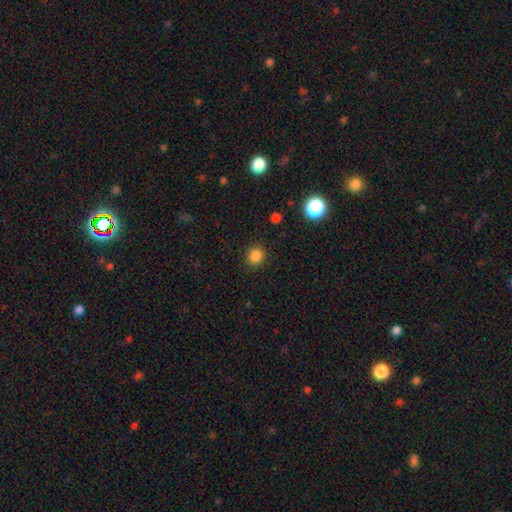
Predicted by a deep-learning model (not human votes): This appears to be a smooth galaxy with no disk features (84%) that is round (79%). Merging: none (90%).